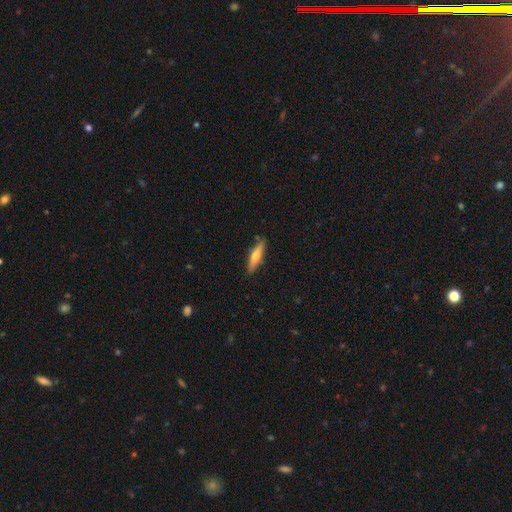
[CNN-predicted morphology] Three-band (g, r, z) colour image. It shows a smooth galaxy with no disk features (55%) that is cigar-shaped (76%). Merging: none (85%).